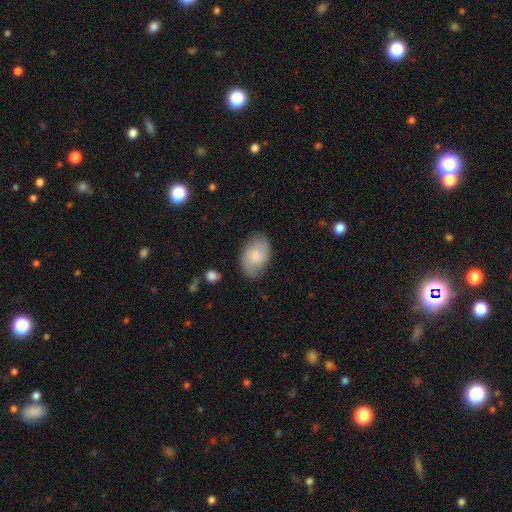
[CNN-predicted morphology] Smooth or featured?
  - smooth: 49% *
  - featured or disk: 43%
  - star or artifact: 7%
Merging?
  - none: 77% *
  - minor disturbance: 17%
  - major disturbance: 5%
  - merger: 2%